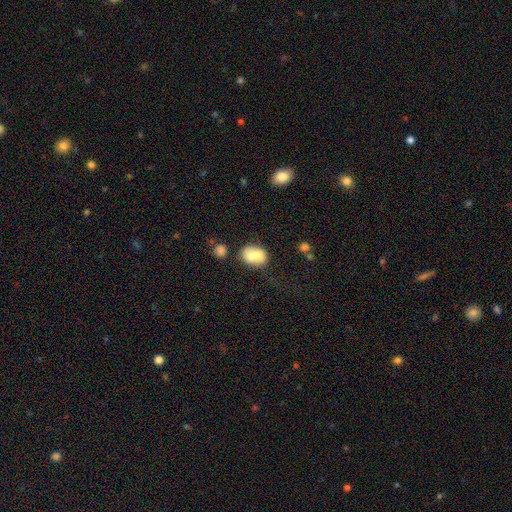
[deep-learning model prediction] smooth 79%, featured or disk 13%, star or artifact 8%. Down the decision tree: how rounded — in between (69%); merging — none (62%).